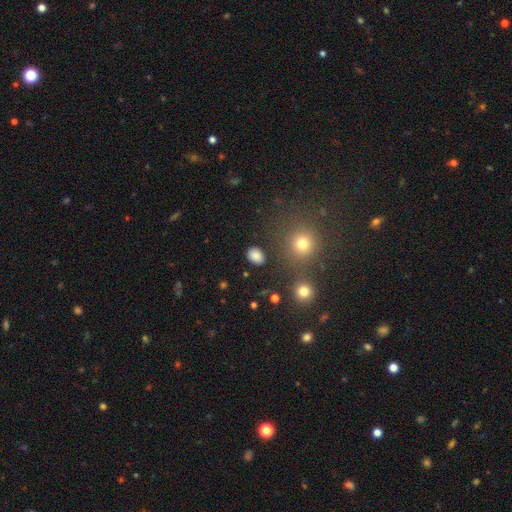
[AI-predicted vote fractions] Overall: smooth (83%). How rounded: in between (62%; round 37%). Merging: none (86%).